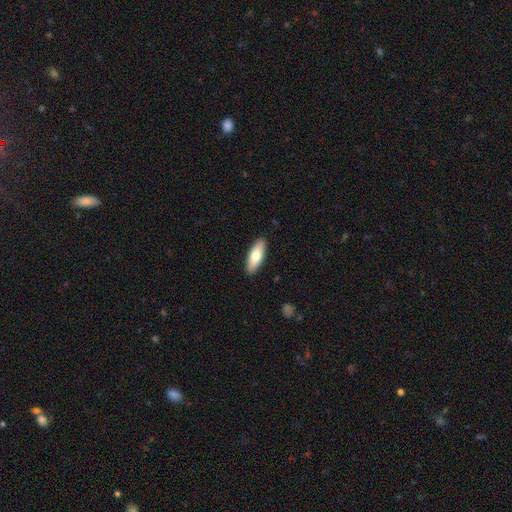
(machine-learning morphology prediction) Overall: smooth (75%). How rounded: in between (68%; cigar-shaped 30%). Merging: none (90%).